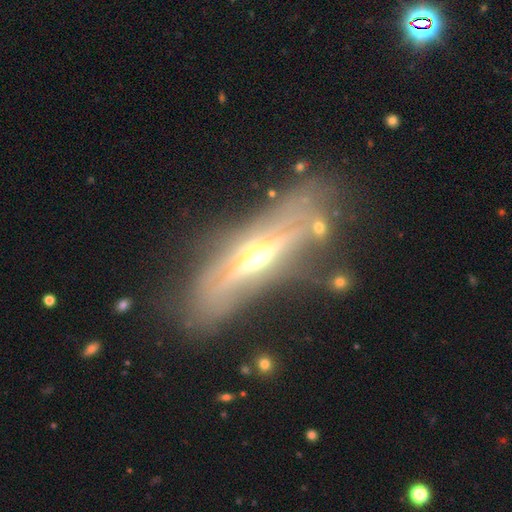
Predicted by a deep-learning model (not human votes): Smooth or featured? Predicted: featured or disk (p=0.78). Edge-on disk? Predicted: yes (p=0.85). Edge-on bulge? Predicted: rounded (p=0.90). Merging? Predicted: none (p=0.69).